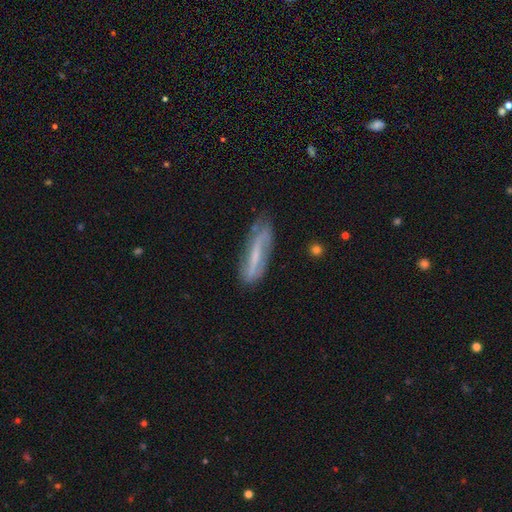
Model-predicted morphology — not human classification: Smooth or featured? featured or disk (63%)
Edge-on disk? no (68%)
Merging? none (68%)